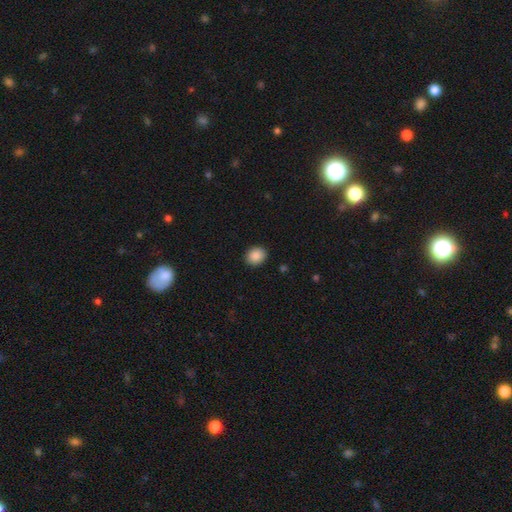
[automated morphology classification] Q: Smooth or featured?
A: smooth (88%); runner-up: star or artifact (8%)
Q: How rounded?
A: round (64%); runner-up: in between (35%)
Q: Merging?
A: none (90%); runner-up: minor disturbance (7%)